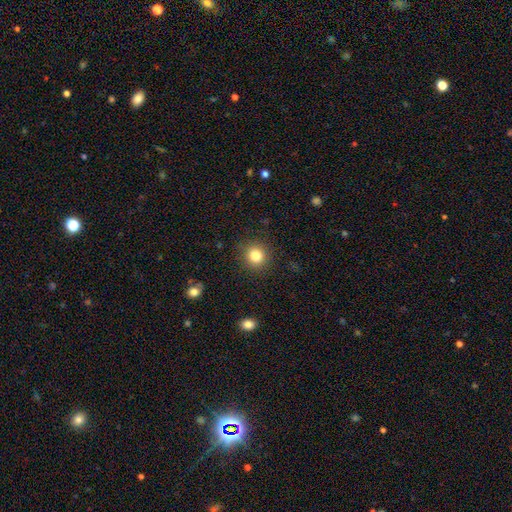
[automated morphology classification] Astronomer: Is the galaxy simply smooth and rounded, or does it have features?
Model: smooth — 83%.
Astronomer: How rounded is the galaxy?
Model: round — 90%.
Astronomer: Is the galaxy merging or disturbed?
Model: none — 90%.